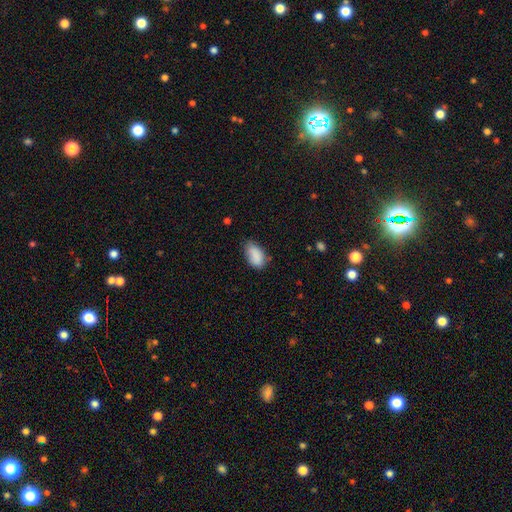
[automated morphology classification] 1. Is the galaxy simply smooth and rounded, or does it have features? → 87% smooth, 7% star or artifact, 6% featured or disk.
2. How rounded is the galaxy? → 93% in between, 5% round, 2% cigar-shaped.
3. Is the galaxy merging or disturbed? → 62% none, 30% minor disturbance, 5% major disturbance, 2% merger.